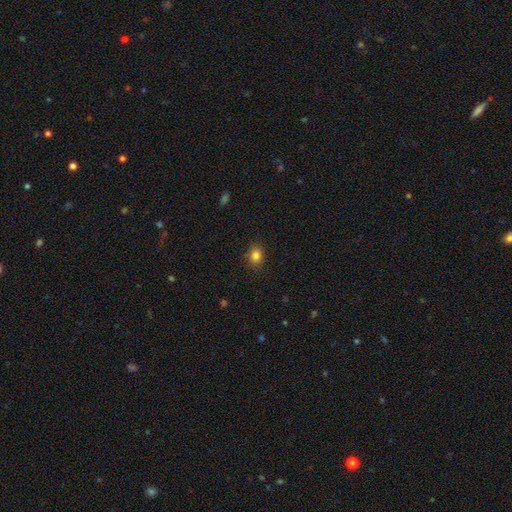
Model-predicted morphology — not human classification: smooth 82%, star or artifact 12%, featured or disk 6%. Down the decision tree: how rounded — round (55%); merging — none (83%).